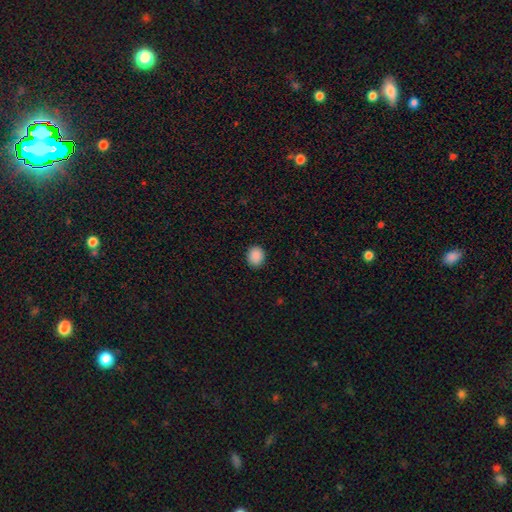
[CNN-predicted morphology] Q: Smooth or featured?
A: smooth (89%); runner-up: star or artifact (9%)
Q: How rounded?
A: round (66%); runner-up: in between (34%)
Q: Merging?
A: none (90%); runner-up: minor disturbance (7%)